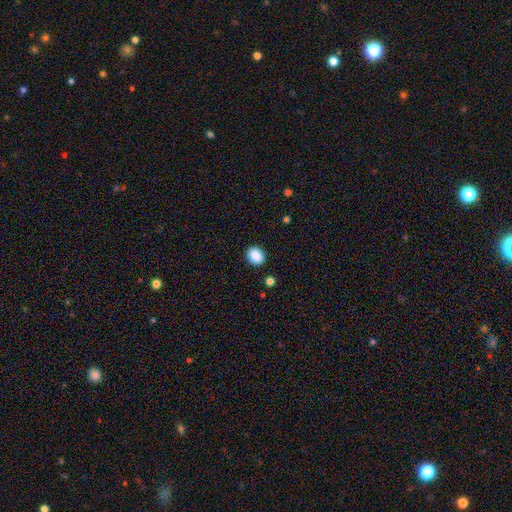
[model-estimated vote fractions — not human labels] This appears to be a smooth galaxy with no disk features (89%) that is in between round and cigar-shaped (58%). Merging: none (89%).